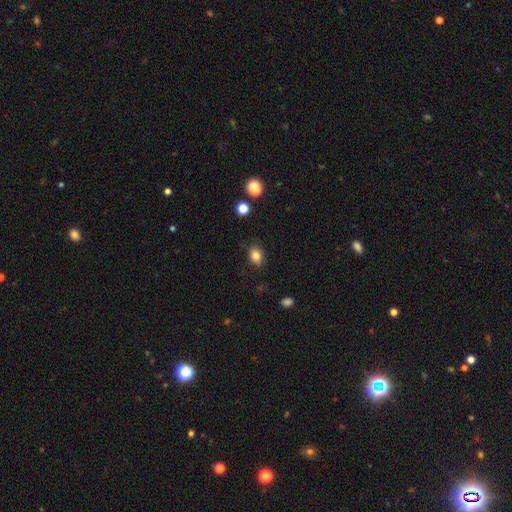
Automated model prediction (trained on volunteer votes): Q: Smooth or featured?
A: smooth (82%); runner-up: star or artifact (11%)
Q: How rounded?
A: in between (63%); runner-up: round (36%)
Q: Merging?
A: none (84%); runner-up: minor disturbance (11%)